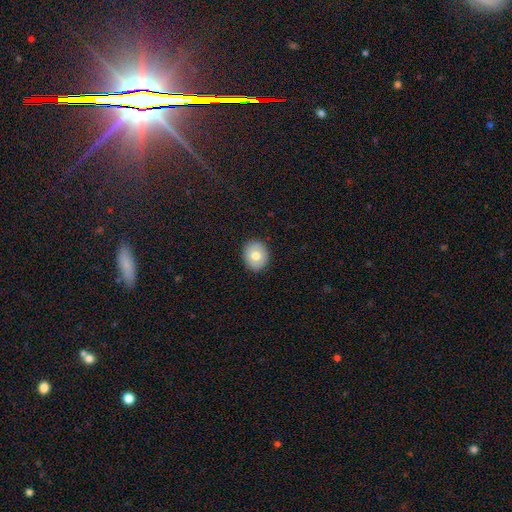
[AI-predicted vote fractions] Smooth or featured: smooth — 72% (featured or disk — 20%)
How rounded: round — 66% (in between — 33%)
Merging: none — 90% (minor disturbance — 8%)